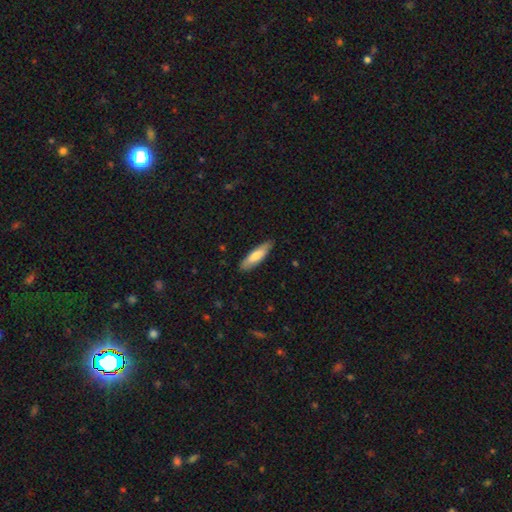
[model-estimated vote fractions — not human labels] Overall: smooth (73%). How rounded: cigar-shaped (64%; in between 35%). Merging: none (86%).